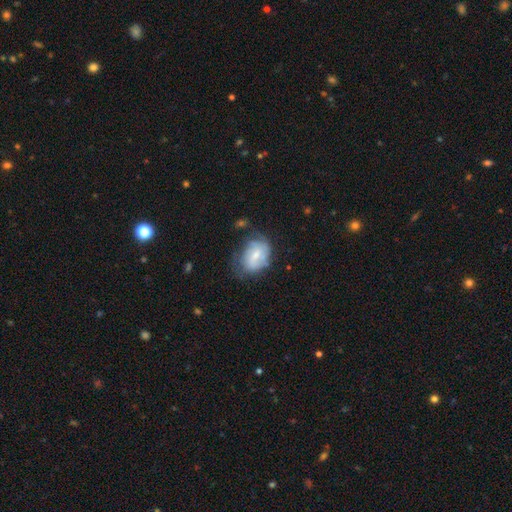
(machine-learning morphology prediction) A featured or disk galaxy (51%). Merging: none (49%).